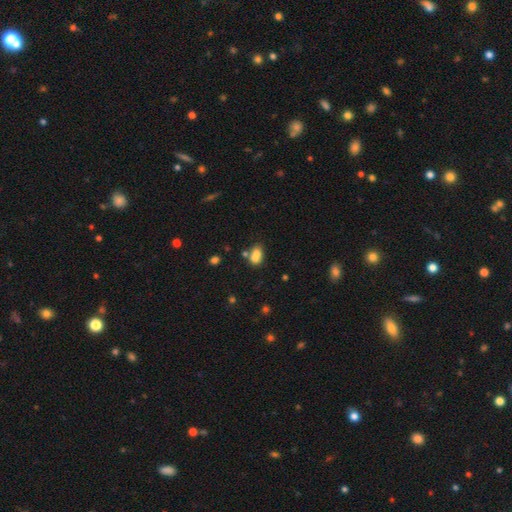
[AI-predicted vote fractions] This is likely a smooth galaxy (75%). How rounded: likely in between (76%). Merging: marginally merger (44%).